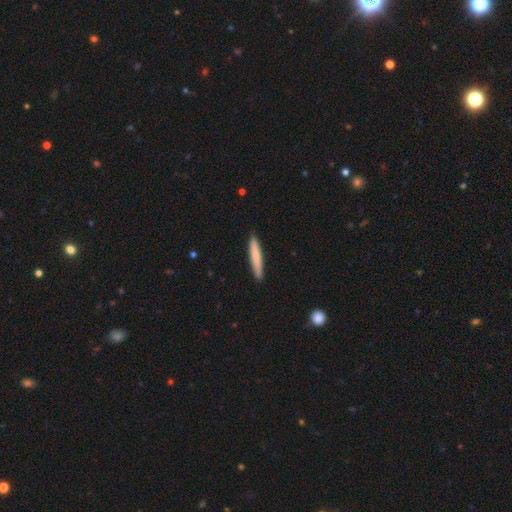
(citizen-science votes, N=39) Volunteers were most divided on "smooth or featured": smooth: 72%, featured or disk: 21%, star or artifact: 8%. More confident: how rounded — cigar-shaped (100%); merging — none (89%).